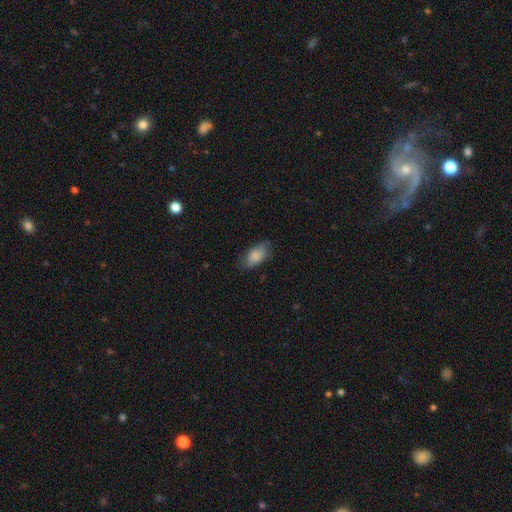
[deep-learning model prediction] Smooth or featured: smooth — 84% (featured or disk — 10%)
How rounded: in between — 91% (cigar-shaped — 5%)
Merging: none — 70% (minor disturbance — 22%)